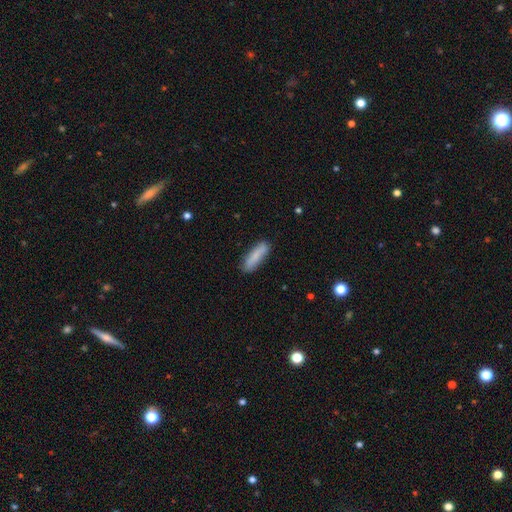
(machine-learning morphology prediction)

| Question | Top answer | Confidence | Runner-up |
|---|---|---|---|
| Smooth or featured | smooth | 81% | featured or disk (13%) |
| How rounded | cigar-shaped | 65% | in between (34%) |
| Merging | none | 81% | minor disturbance (14%) |